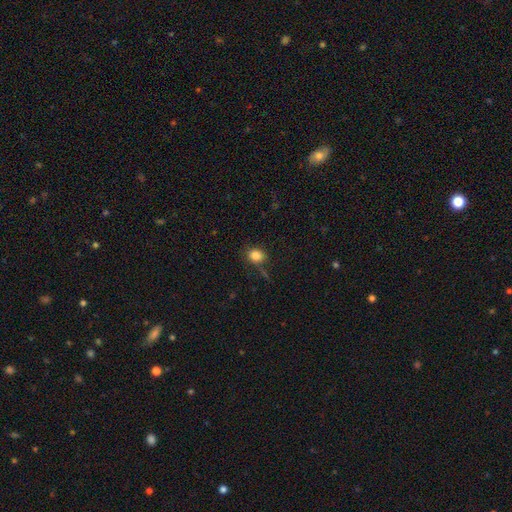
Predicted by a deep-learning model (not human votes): This appears to be a smooth galaxy with no disk features (83%) that is round (65%). Merging: none (76%).